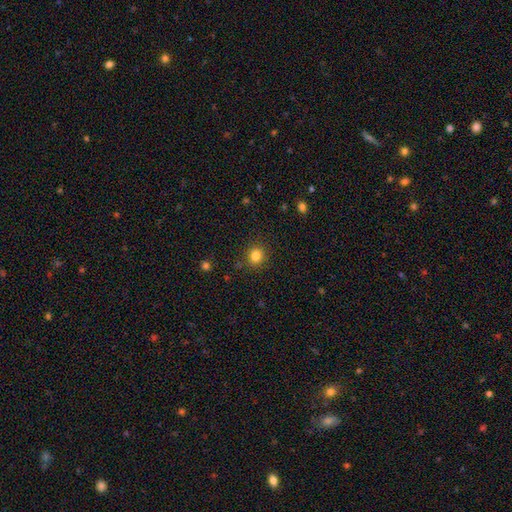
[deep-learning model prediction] This appears to be a smooth galaxy with no disk features (83%) that is round (81%). Merging: none (88%).